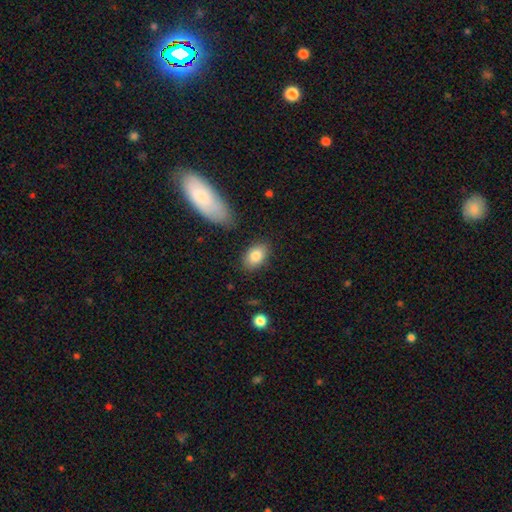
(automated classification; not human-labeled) A smooth galaxy with no disk features (83%) that is in between round and cigar-shaped (88%). Merging: none (82%).